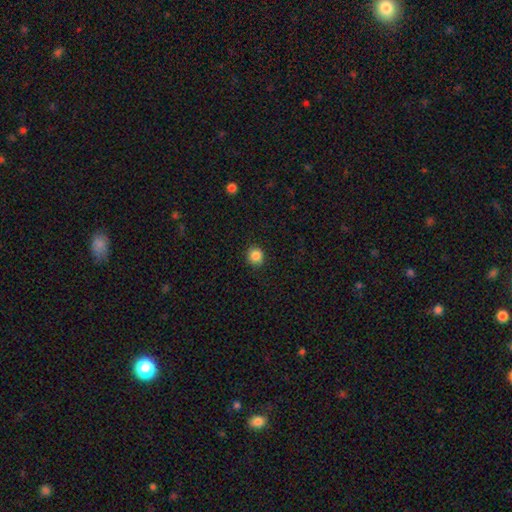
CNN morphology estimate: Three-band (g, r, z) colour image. It shows a smooth galaxy with no disk features (86%) that is round (87%). Merging: none (90%).